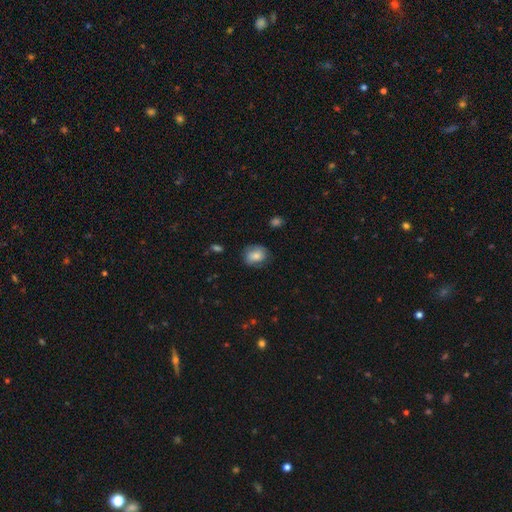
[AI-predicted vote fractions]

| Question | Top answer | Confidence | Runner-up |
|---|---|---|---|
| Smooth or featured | smooth | 76% | featured or disk (16%) |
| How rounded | round | 54% | in between (45%) |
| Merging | none | 72% | minor disturbance (21%) |